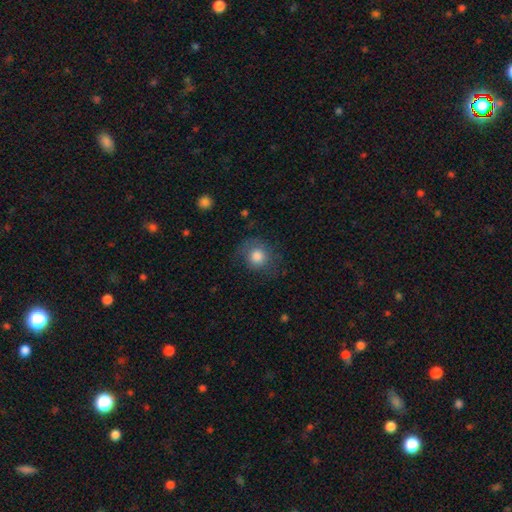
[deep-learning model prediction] Smooth or featured? smooth (73%)
How rounded? round (85%)
Merging? none (74%)